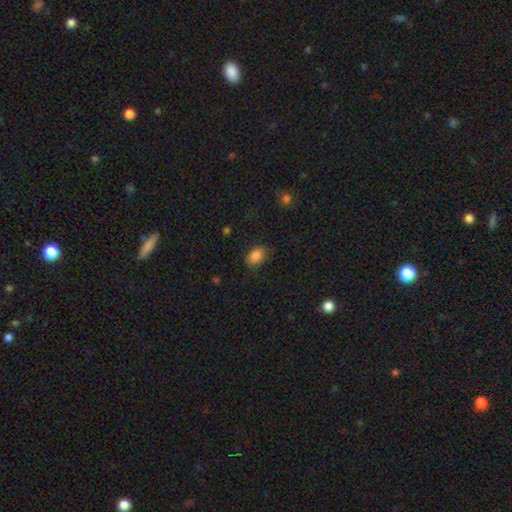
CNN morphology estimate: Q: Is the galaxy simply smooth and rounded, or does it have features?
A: smooth — 87%.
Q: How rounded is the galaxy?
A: in between — 83%.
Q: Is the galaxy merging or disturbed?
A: none — 82%.